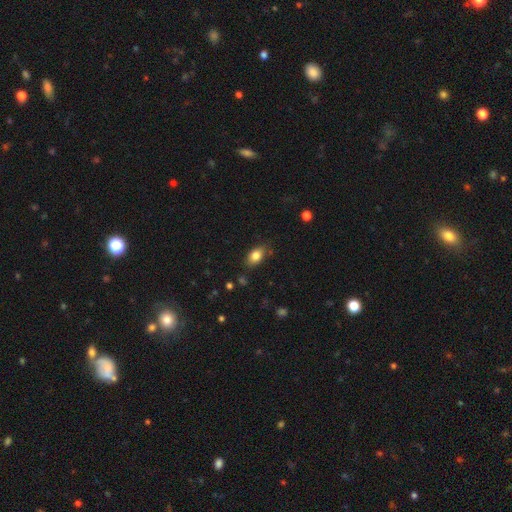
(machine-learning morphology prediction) smooth 82%, featured or disk 9%, star or artifact 9%. Down the decision tree: how rounded — in between (84%); merging — none (79%).